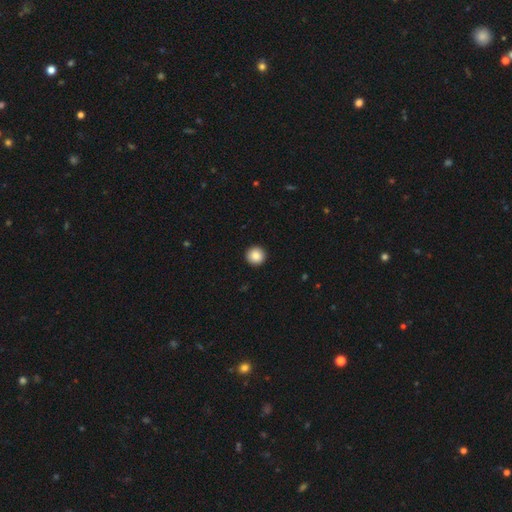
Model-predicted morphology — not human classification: Overall: smooth (87%). How rounded: round (96%). Merging: none (94%).